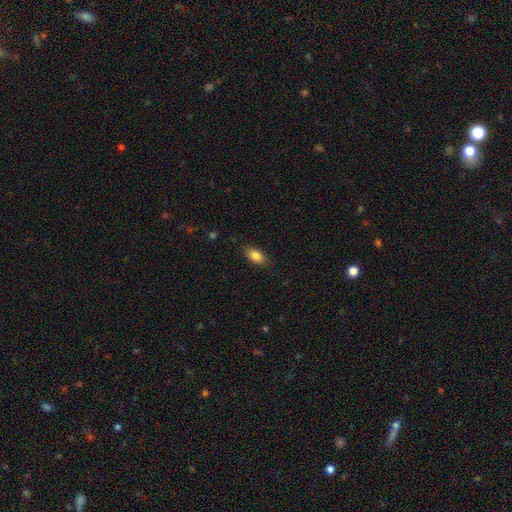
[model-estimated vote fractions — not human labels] This appears to be a smooth galaxy with no disk features (86%) that is in between round and cigar-shaped (89%). Merging: none (85%).